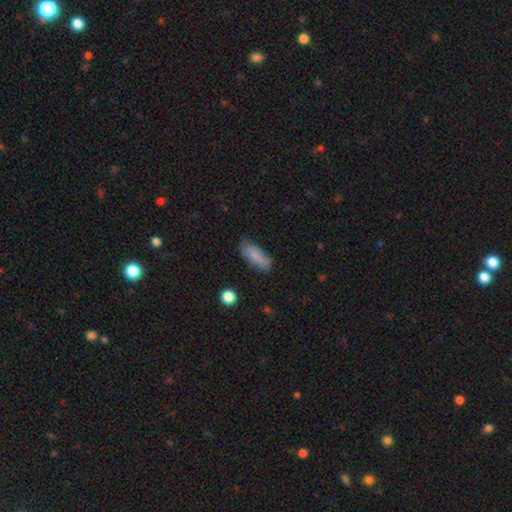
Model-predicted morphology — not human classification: Q: Smooth or featured?
A: smooth (84%); runner-up: featured or disk (9%)
Q: How rounded?
A: in between (70%); runner-up: cigar-shaped (27%)
Q: Merging?
A: none (72%); runner-up: minor disturbance (22%)